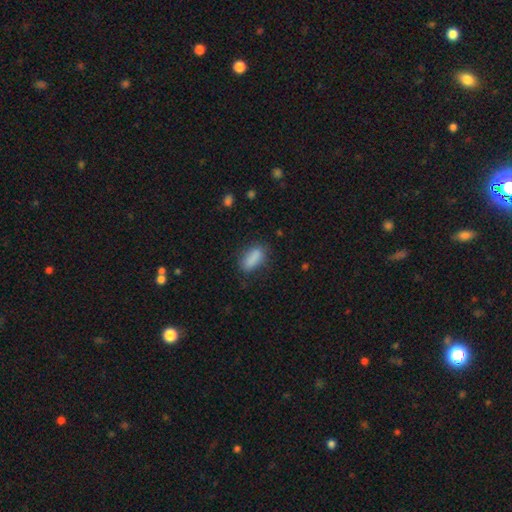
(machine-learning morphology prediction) A smooth galaxy with no disk features (87%) that is in between round and cigar-shaped (78%). Merging: none (78%).